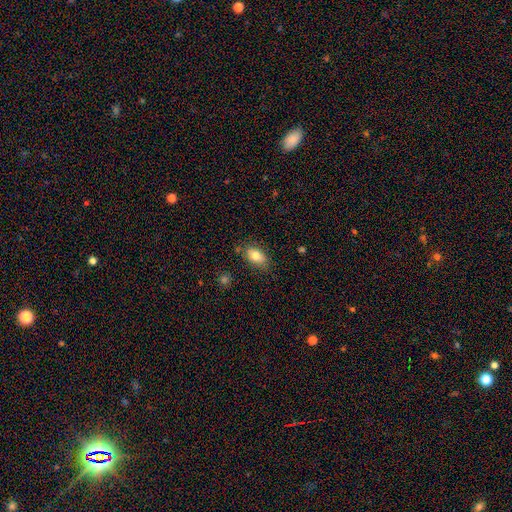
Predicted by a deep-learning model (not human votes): smooth-or-featured: smooth: 79% | featured or disk: 13% | star or artifact: 8%
  how-rounded: in between: 88% | round: 10% | cigar-shaped: 2%
  merging: none: 78% | minor disturbance: 16% | major disturbance: 3% | merger: 3%